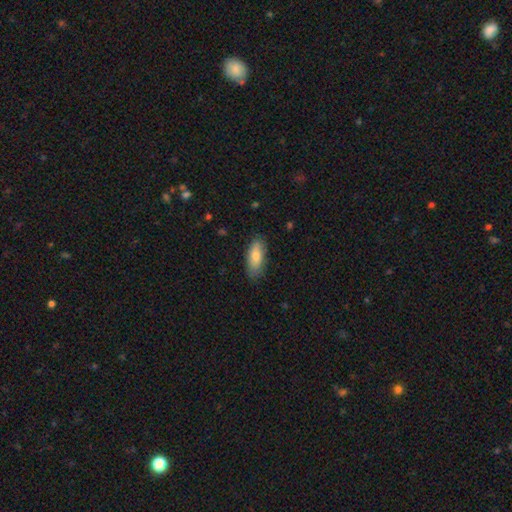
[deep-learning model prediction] smooth-or-featured: smooth: 79% | featured or disk: 15% | star or artifact: 6%
  how-rounded: in between: 75% | cigar-shaped: 23% | round: 2%
  merging: none: 83% | minor disturbance: 14% | major disturbance: 2% | merger: 1%